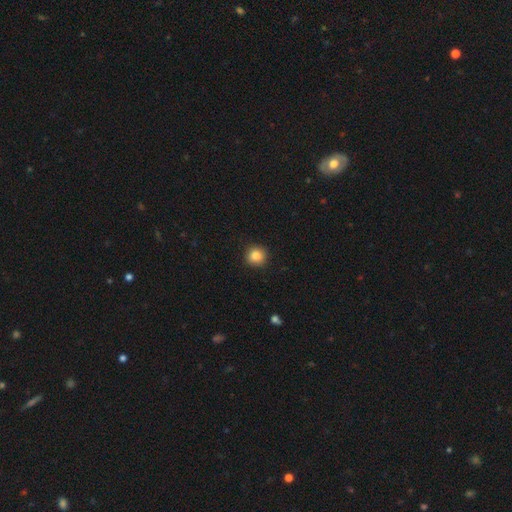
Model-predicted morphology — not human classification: Q: Smooth or featured?
A: smooth (85%); runner-up: star or artifact (10%)
Q: How rounded?
A: round (94%); runner-up: in between (5%)
Q: Merging?
A: none (92%); runner-up: minor disturbance (6%)